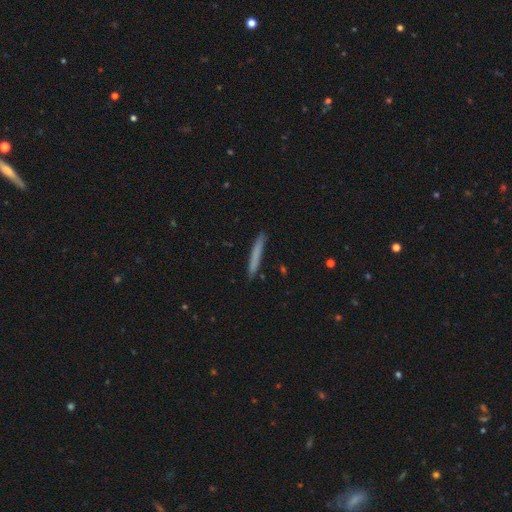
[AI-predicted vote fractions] smooth-or-featured: smooth: 72% | featured or disk: 22% | star or artifact: 6%
  how-rounded: cigar-shaped: 97% | in between: 2% | round: 1%
  merging: none: 88% | minor disturbance: 9% | major disturbance: 2% | merger: 1%